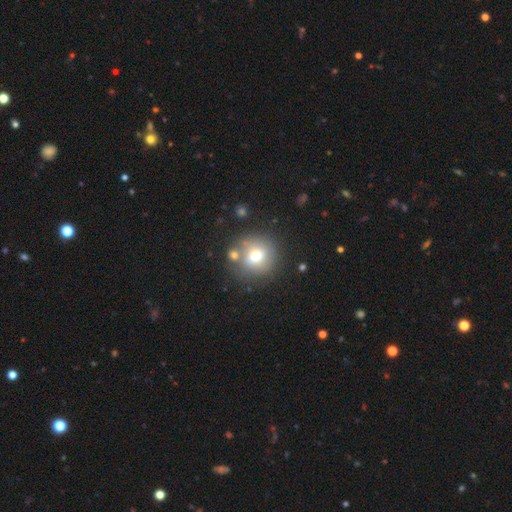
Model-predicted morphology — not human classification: smooth 71%, featured or disk 18%, star or artifact 11%. Down the decision tree: how rounded — round (91%); merging — none (72%).